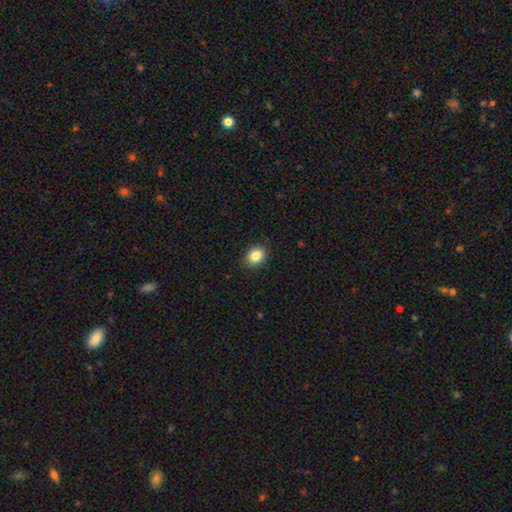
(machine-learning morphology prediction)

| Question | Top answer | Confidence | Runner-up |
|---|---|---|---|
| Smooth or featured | smooth | 85% | star or artifact (9%) |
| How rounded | in between | 53% | round (46%) |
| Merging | none | 89% | minor disturbance (8%) |